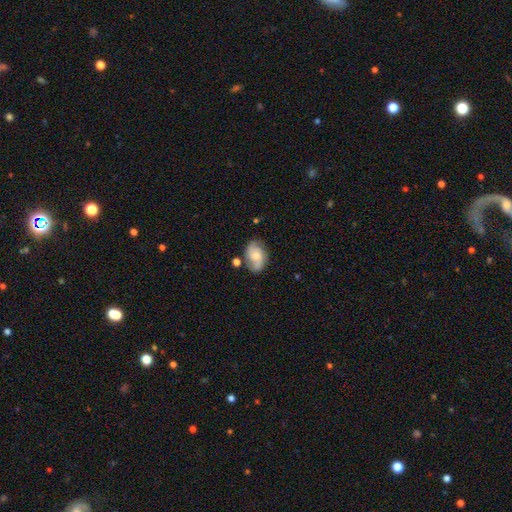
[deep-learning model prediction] Smooth or featured? Predicted: featured or disk (p=0.63). Edge-on disk? Predicted: no (p=0.97). Bar? Predicted: no (p=0.64). Spiral arms? Predicted: yes (p=0.90). Spiral winding? Predicted: medium (p=0.46). Spiral arm count? Predicted: 2 (p=0.79). Bulge size? Predicted: moderate (p=0.42, tied with small). Merging? Predicted: none (p=0.66).